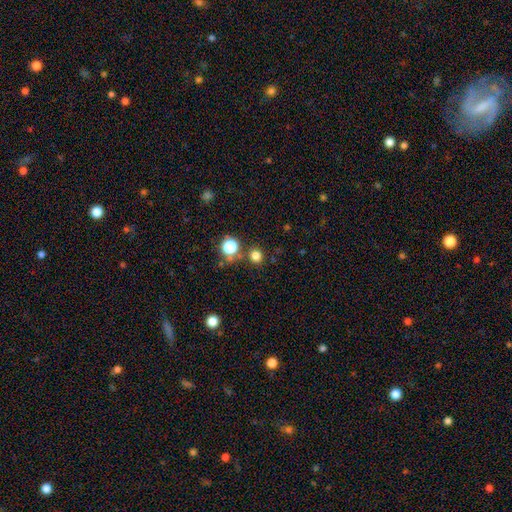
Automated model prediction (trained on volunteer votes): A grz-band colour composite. It shows a smooth galaxy with no disk features (77%) that is round (92%). Merging: none (80%).